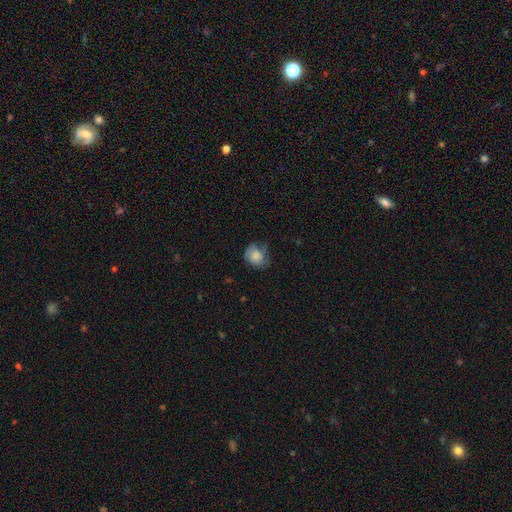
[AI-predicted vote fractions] smooth 79%, featured or disk 13%, star or artifact 8%. Down the decision tree: how rounded — round (56%); merging — none (52%).